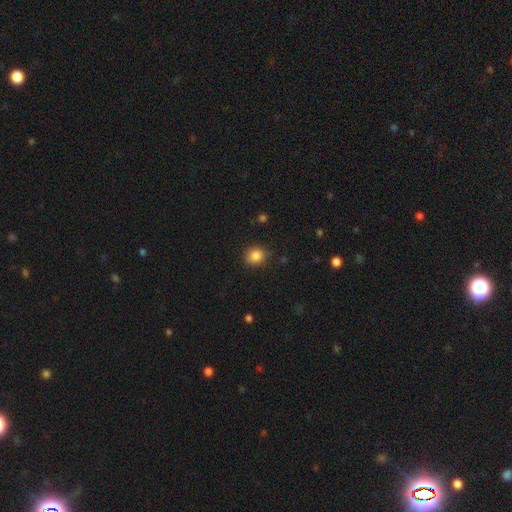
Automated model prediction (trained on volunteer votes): A smooth galaxy with no disk features (86%) that is round (75%). Merging: none (84%).